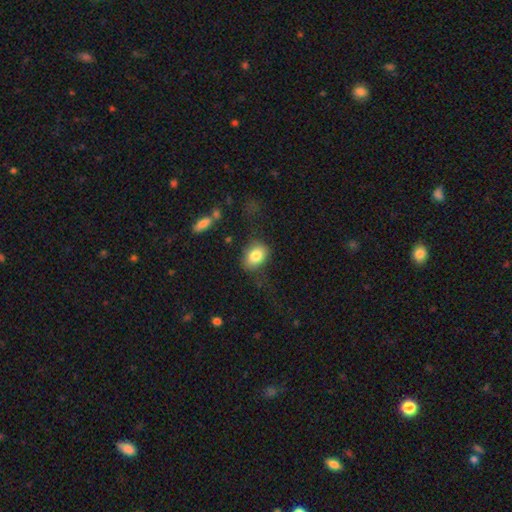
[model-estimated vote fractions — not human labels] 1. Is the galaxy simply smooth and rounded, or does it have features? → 82% smooth, 10% featured or disk, 8% star or artifact.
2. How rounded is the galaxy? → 72% in between, 27% round, 1% cigar-shaped.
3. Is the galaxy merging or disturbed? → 69% none, 19% minor disturbance, 9% major disturbance, 3% merger.